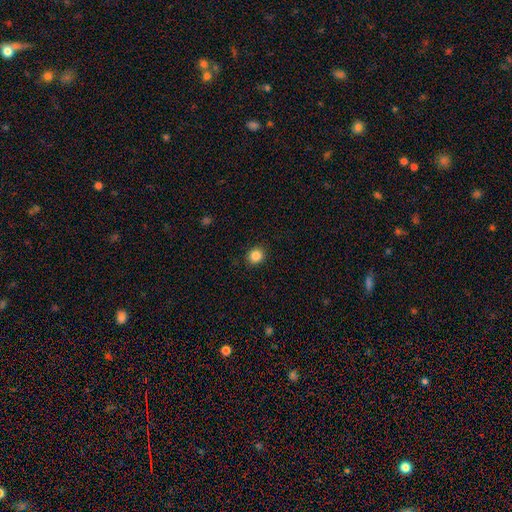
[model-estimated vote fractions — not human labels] A smooth galaxy with no disk features (86%) that is round (86%).

Vote fractions:
- Smooth or featured? smooth: 86% / star or artifact: 10% / featured or disk: 4%
- How rounded? round: 86% / in between: 13% / cigar-shaped: 1%
- Merging? none: 91% / minor disturbance: 6% / major disturbance: 2% / merger: 1%